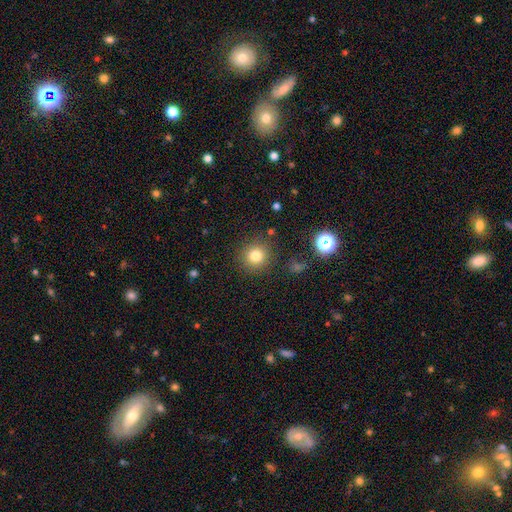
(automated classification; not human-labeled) The model was most divided on "smooth or featured": smooth: 79%, star or artifact: 14%, featured or disk: 8%. More confident: how rounded — round (91%); merging — none (86%).